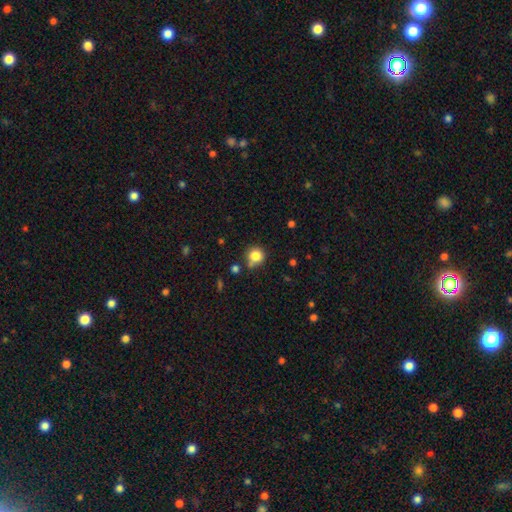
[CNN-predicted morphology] smooth-or-featured: smooth: 83% | star or artifact: 11% | featured or disk: 6%
  how-rounded: round: 91% | in between: 8% | cigar-shaped: 1%
  merging: none: 70% | minor disturbance: 15% | merger: 11% | major disturbance: 4%